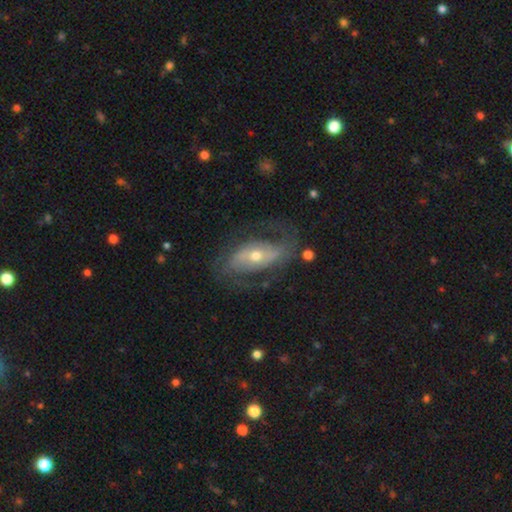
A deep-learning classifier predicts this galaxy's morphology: This appears to be a featured or disk galaxy (78%) with no bar (43%), 2 (80%) medium (44%) spiral arms (85%) and a moderate central bulge (51%). Merging: none (65%).